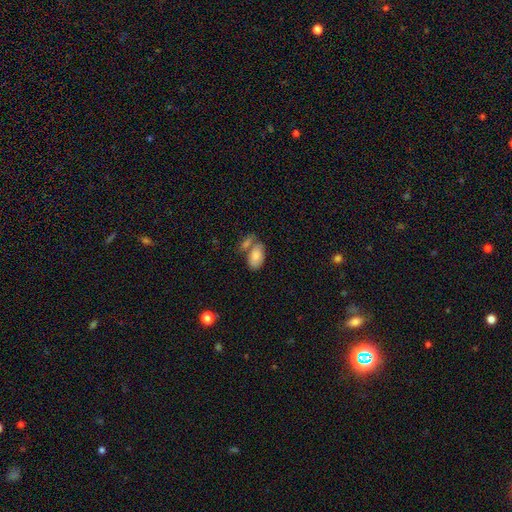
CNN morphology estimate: This is clearly a smooth galaxy (83%). How rounded: clearly in between (93%). Merging: marginally none (43%).